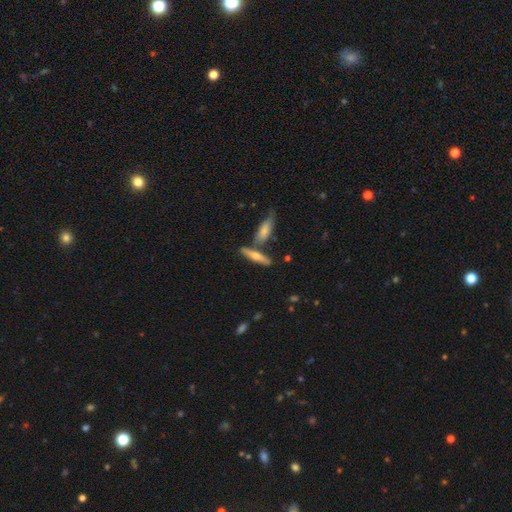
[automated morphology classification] featured or disk 47%, smooth 46%, star or artifact 7%. Down the decision tree: merging — none (66%).